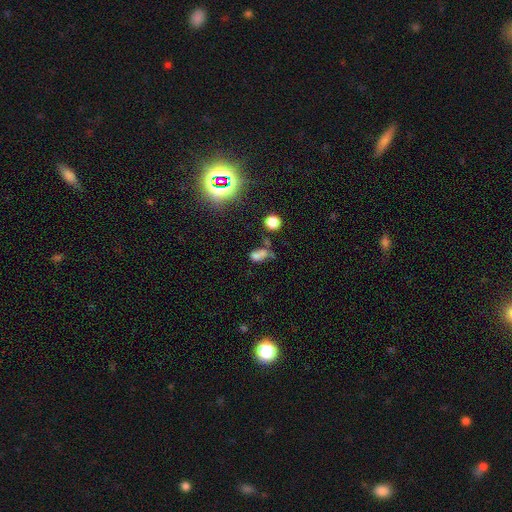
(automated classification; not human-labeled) Smooth or featured: smooth — 59% (star or artifact — 24%)
How rounded: in between — 69% (round — 26%)
Merging: merger — 40% (none — 29%)